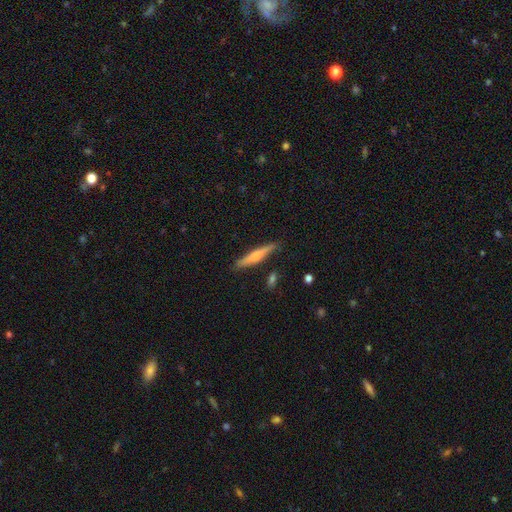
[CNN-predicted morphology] Overall: smooth (53%; featured or disk 42%). How rounded: cigar-shaped (90%). Merging: none (82%).